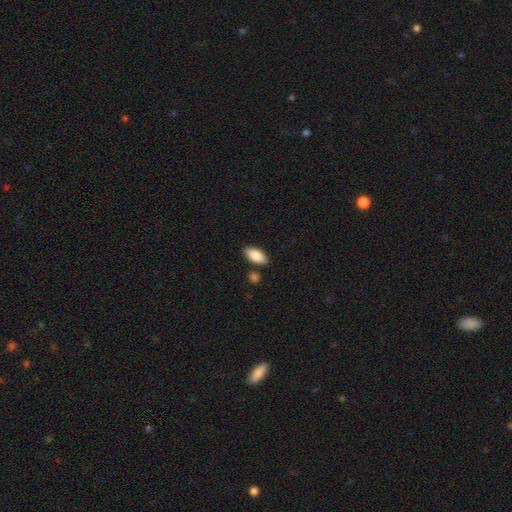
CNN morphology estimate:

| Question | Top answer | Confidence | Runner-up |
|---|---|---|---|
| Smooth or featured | smooth | 86% | featured or disk (8%) |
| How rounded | in between | 90% | cigar-shaped (8%) |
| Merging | none | 84% | minor disturbance (10%) |